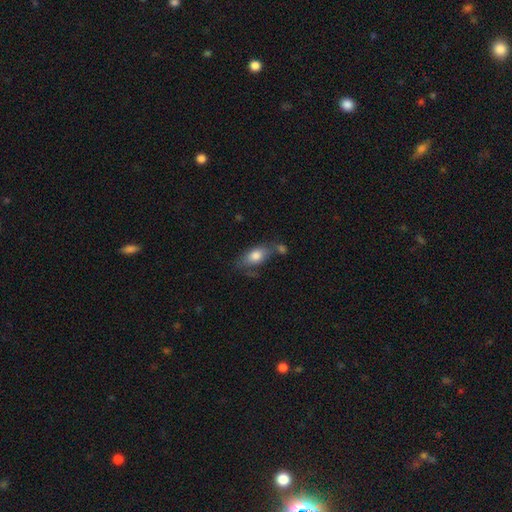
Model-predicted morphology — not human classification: Smooth or featured? Predicted: smooth (p=0.77). How rounded? Predicted: in between (p=0.86). Merging? Predicted: none (p=0.52).